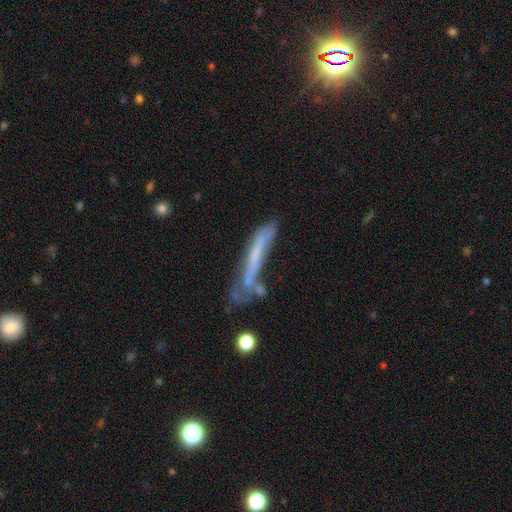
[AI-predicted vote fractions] smooth_or_featured: featured or disk (p=0.48) [alt: smooth p=0.41]
merging: none (p=0.36) [alt: minor disturbance p=0.25]